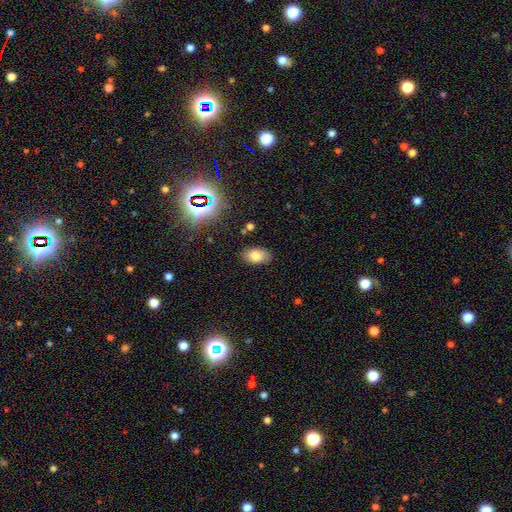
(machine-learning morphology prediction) This appears to be a smooth galaxy with no disk features (78%) that is in between round and cigar-shaped (91%). Merging: none (83%).